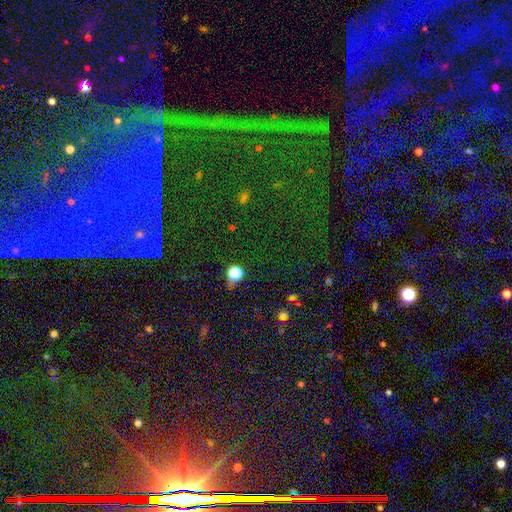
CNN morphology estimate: The model was most divided on "smooth or featured": star or artifact: 67%, smooth: 20%, featured or disk: 13%.